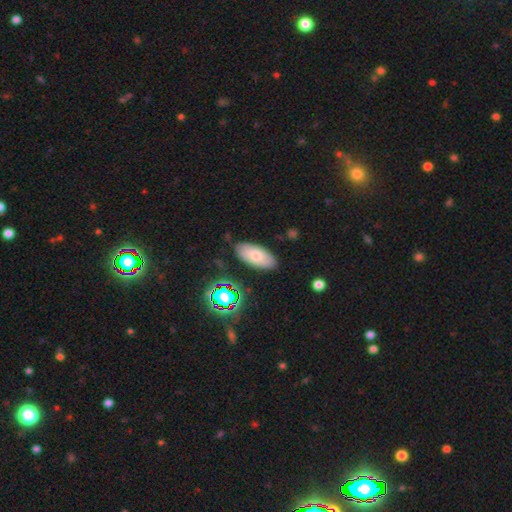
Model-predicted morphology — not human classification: smooth-or-featured: smooth: 75% | featured or disk: 17% | star or artifact: 9%
  how-rounded: in between: 90% | cigar-shaped: 8% | round: 2%
  merging: none: 81% | minor disturbance: 13% | major disturbance: 3% | merger: 2%